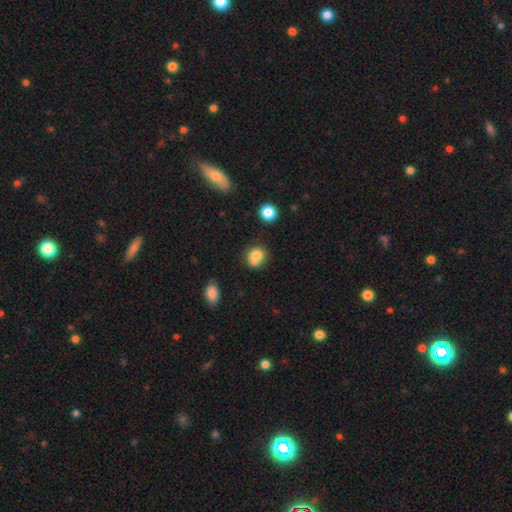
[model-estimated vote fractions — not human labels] A smooth galaxy with no disk features (79%) that is round (68%).

Vote fractions:
- Smooth or featured? smooth: 79% / star or artifact: 11% / featured or disk: 10%
- How rounded? round: 68% / in between: 31% / cigar-shaped: 1%
- Merging? none: 53% / minor disturbance: 21% / merger: 20% / major disturbance: 7%